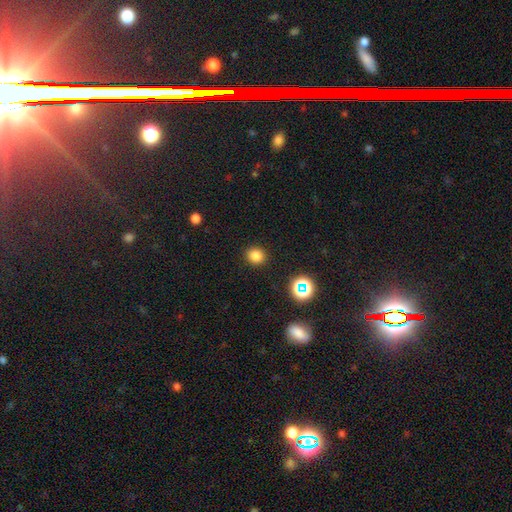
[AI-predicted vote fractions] Morphology: type=smooth (80%); roundness=round (85%); merging=none (91%).